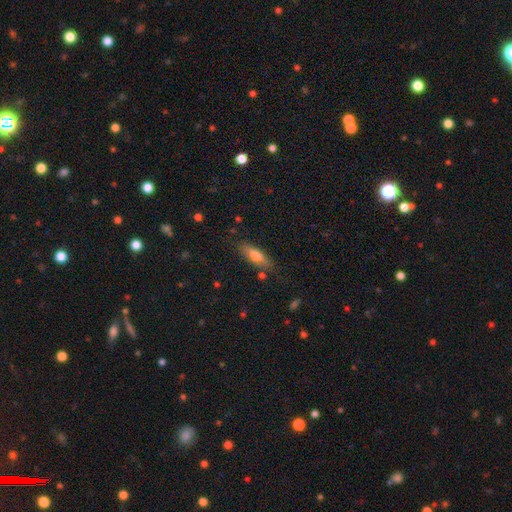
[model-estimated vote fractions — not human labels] A smooth galaxy with no disk features (67%) that is cigar-shaped (49%, tied with in between).

Vote fractions:
- Smooth or featured? smooth: 67% / featured or disk: 26% / star or artifact: 7%
- How rounded? cigar-shaped: 49% (tied) / in between: 49% (tied) / round: 2%
- Merging? none: 79% / minor disturbance: 14% / merger: 3% / major disturbance: 3%